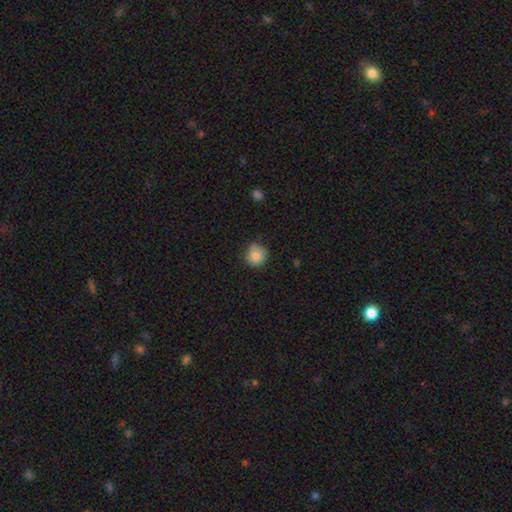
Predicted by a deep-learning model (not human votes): This is clearly a smooth galaxy (84%). How rounded: clearly round (93%). Merging: clearly none (80%).